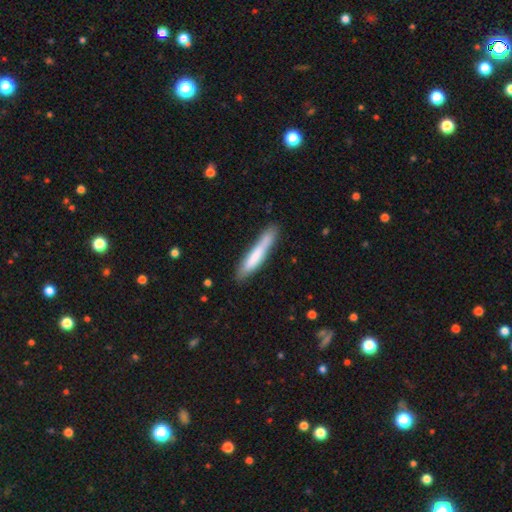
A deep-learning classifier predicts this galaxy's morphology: A smooth galaxy with no disk features (71%) that is cigar-shaped (91%).

Vote fractions:
- Smooth or featured? smooth: 71% / featured or disk: 23% / star or artifact: 6%
- How rounded? cigar-shaped: 91% / in between: 7% / round: 1%
- Merging? none: 74% / minor disturbance: 18% / merger: 4% / major disturbance: 4%